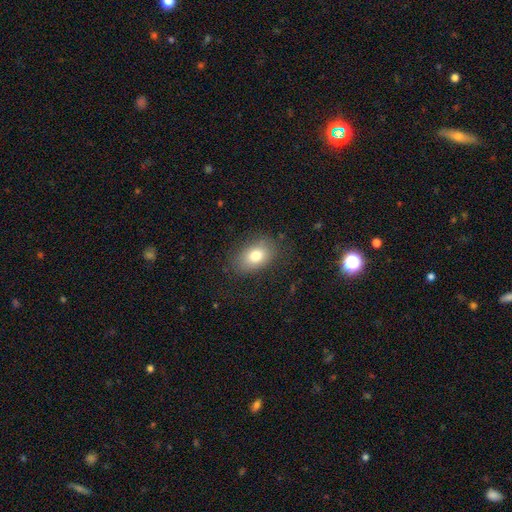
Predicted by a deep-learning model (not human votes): A smooth galaxy with no disk features (77%) that is in between round and cigar-shaped (82%). Merging: none (80%).